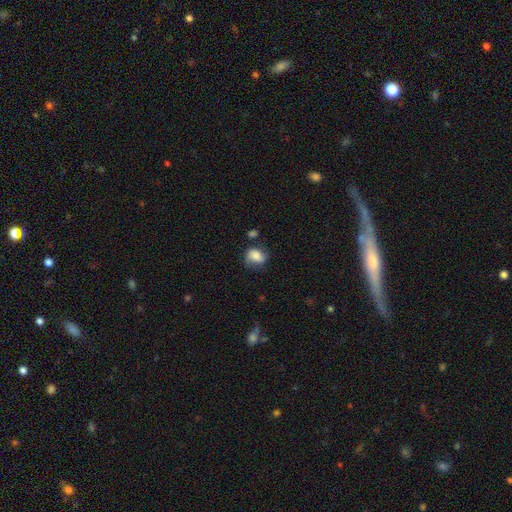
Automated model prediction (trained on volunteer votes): This appears to be a smooth galaxy with no disk features (70%) that is in between round and cigar-shaped (63%). Merging: none (51%).